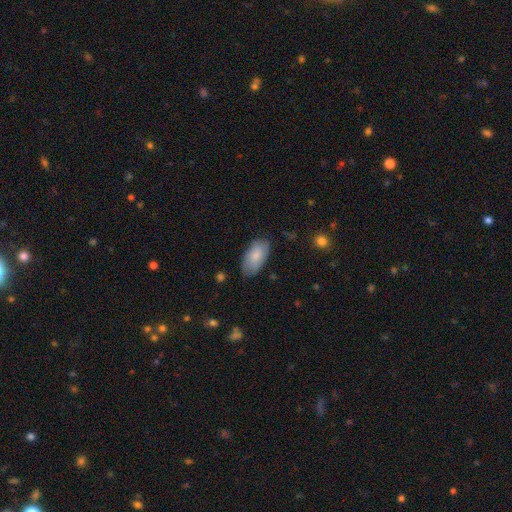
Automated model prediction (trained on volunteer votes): smooth 81%, featured or disk 13%, star or artifact 6%. Down the decision tree: how rounded — in between (94%); merging — none (78%).